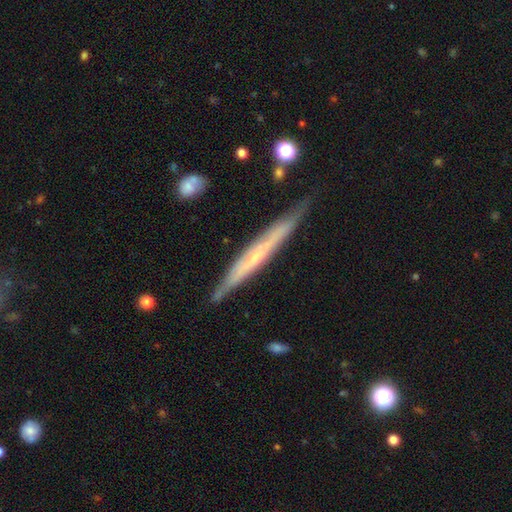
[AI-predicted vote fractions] A featured or disk galaxy (63%) viewed edge-on (93%) with no central bulge (65%).

Vote fractions:
- Smooth or featured? featured or disk: 63% / smooth: 31% / star or artifact: 6%
- Edge-on disk? yes: 93% / no: 7%
- Edge-on bulge? none: 65% / rounded: 29% / boxy: 6%
- Merging? none: 82% / minor disturbance: 14% / major disturbance: 2% / merger: 2%